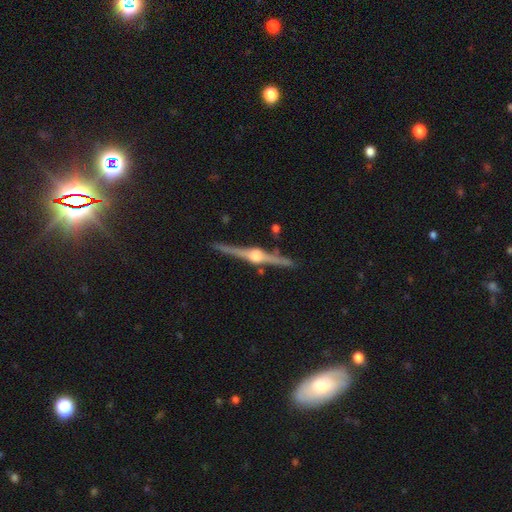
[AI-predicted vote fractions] featured or disk 88%, smooth 6%, star or artifact 5%. Down the decision tree: edge-on disk — yes (98%); edge-on bulge — rounded (94%); merging — none (88%).